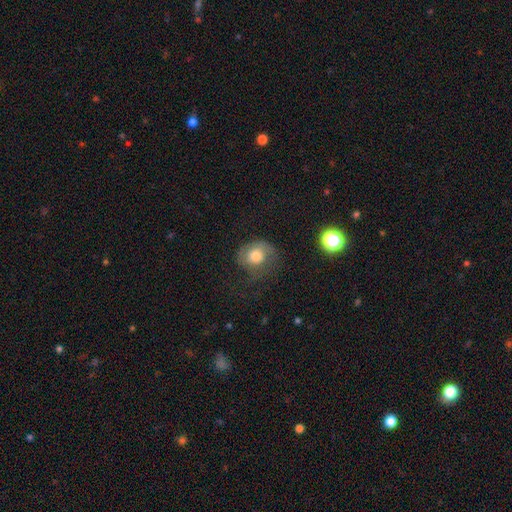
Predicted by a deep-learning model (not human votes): smooth-or-featured: smooth: 61% | featured or disk: 29% | star or artifact: 9%
  how-rounded: round: 64% | in between: 35% | cigar-shaped: 1%
  merging: none: 42% | major disturbance: 32% | minor disturbance: 24% | merger: 2%